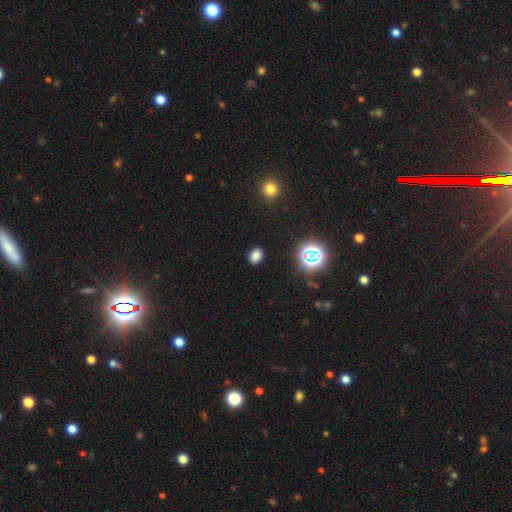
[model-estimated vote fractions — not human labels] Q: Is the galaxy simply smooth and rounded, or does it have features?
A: smooth — 75%.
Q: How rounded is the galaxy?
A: in between — 60%.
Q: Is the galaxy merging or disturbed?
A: none — 88%.